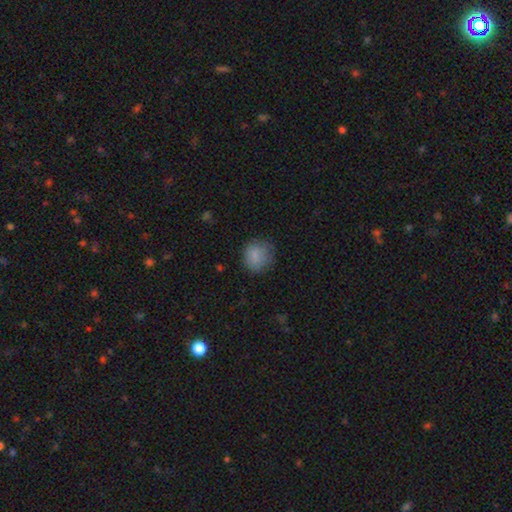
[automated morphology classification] type=smooth (83%); roundness=round (81%); merging=none (72%).